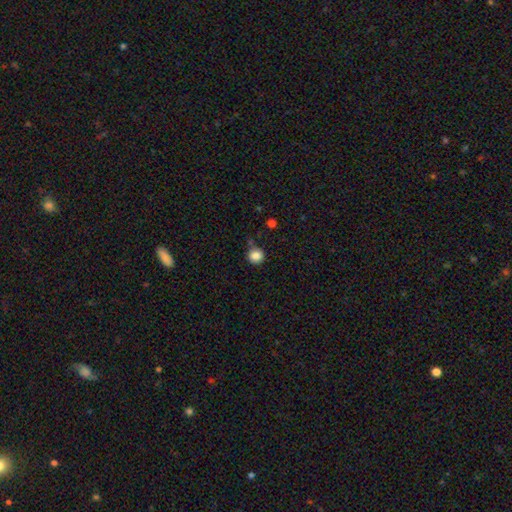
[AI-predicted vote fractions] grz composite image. It shows a smooth galaxy with no disk features (85%) that is round (90%). Merging: none (77%).